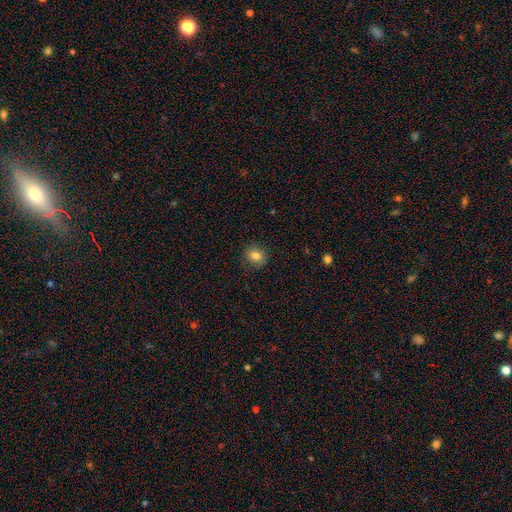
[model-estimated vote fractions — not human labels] smooth-or-featured: smooth: 82% | star or artifact: 11% | featured or disk: 7%
  how-rounded: round: 71% | in between: 28% | cigar-shaped: 1%
  merging: none: 88% | minor disturbance: 9% | major disturbance: 2% | merger: 1%